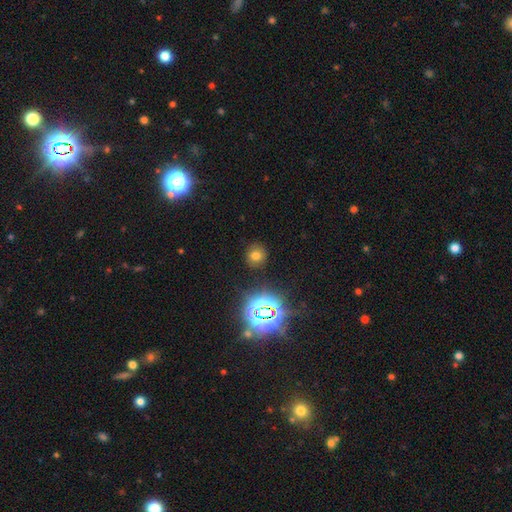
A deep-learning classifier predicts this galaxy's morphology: A smooth galaxy with no disk features (65%) that is round (86%). Merging: none (85%).